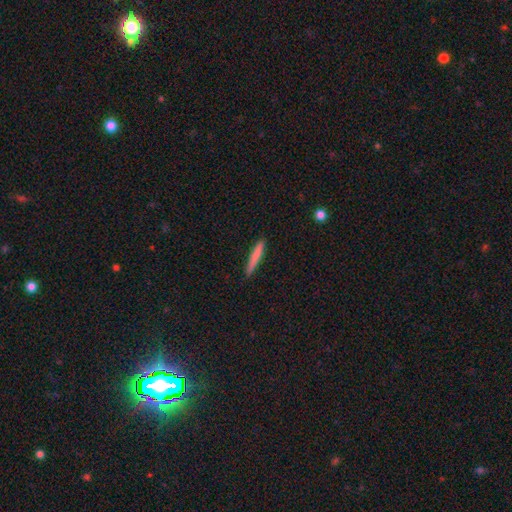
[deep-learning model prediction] This appears to be a smooth galaxy with no disk features (78%) that is cigar-shaped (95%). Merging: none (88%).